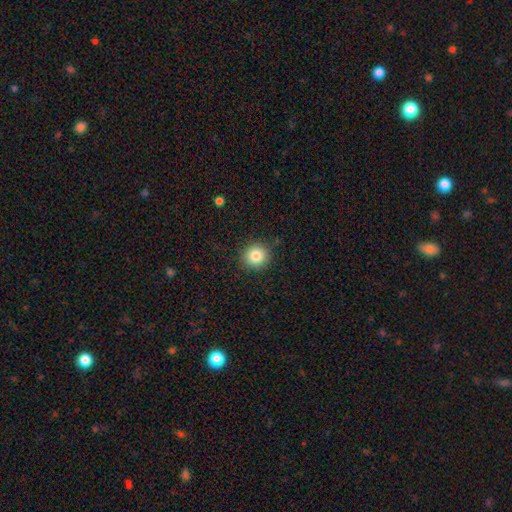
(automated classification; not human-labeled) The model was most divided on "smooth or featured": smooth: 83%, star or artifact: 10%, featured or disk: 7%. More confident: how rounded — round (92%); merging — none (90%).